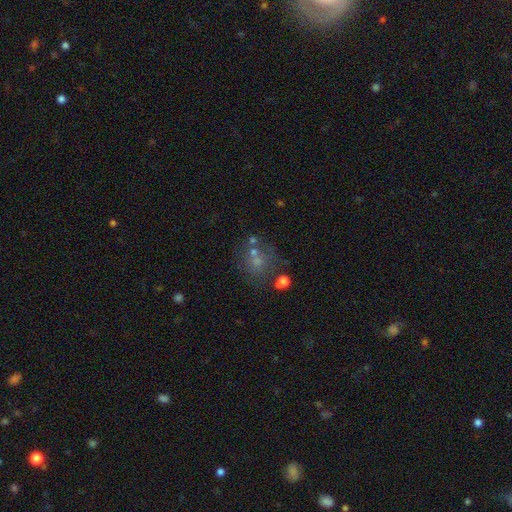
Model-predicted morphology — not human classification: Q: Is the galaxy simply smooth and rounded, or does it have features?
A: smooth — 46%.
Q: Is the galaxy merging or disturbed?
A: none — 56%.